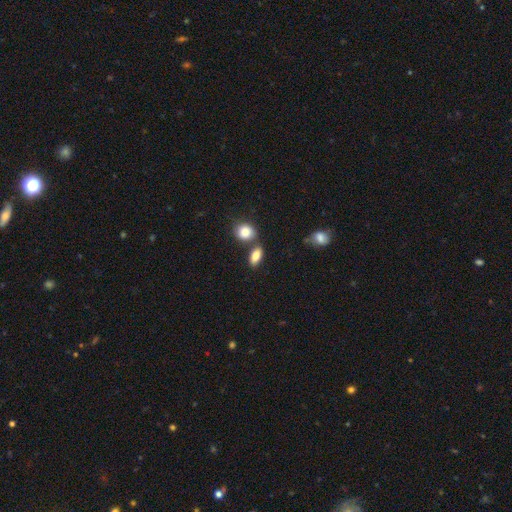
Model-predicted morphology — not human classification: This appears to be a smooth galaxy with no disk features (84%) that is in between round and cigar-shaped (84%). Merging: none (61%).